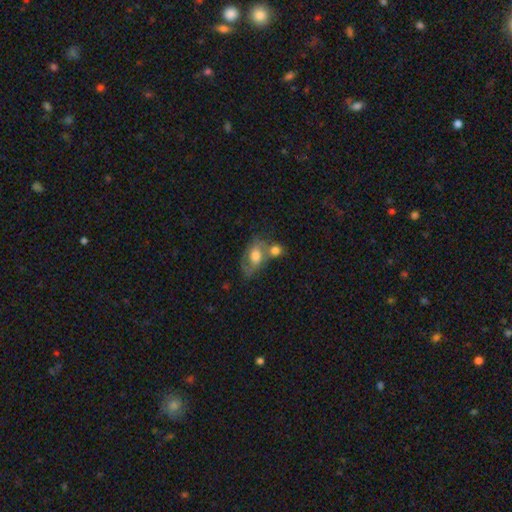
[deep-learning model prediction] smooth_or_featured: smooth (p=0.49) [alt: featured or disk p=0.43]
merging: merger (p=0.39) [alt: none p=0.33]